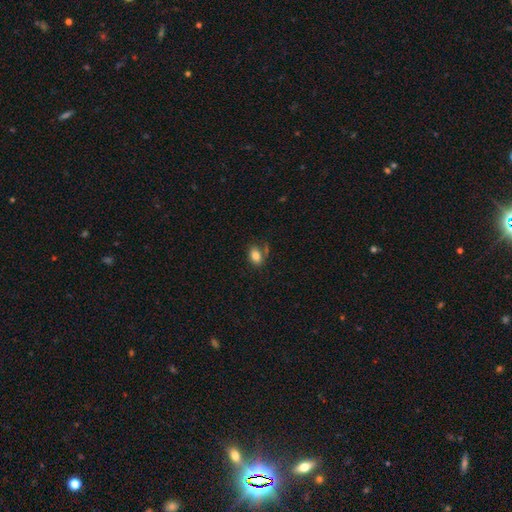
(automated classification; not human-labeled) A smooth galaxy with no disk features (82%) that is in between round and cigar-shaped (81%).

Vote fractions:
- Smooth or featured? smooth: 82% / star or artifact: 9% / featured or disk: 8%
- How rounded? in between: 81% / round: 17% / cigar-shaped: 2%
- Merging? none: 66% / minor disturbance: 17% / merger: 11% / major disturbance: 7%